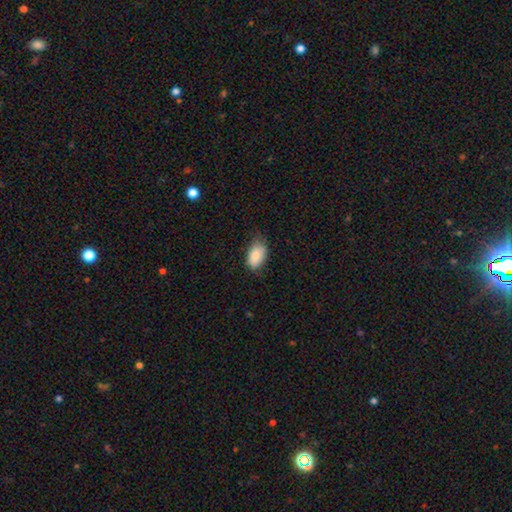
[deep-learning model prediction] A smooth galaxy with no disk features (85%) that is in between round and cigar-shaped (91%).

Vote fractions:
- Smooth or featured? smooth: 85% / featured or disk: 8% / star or artifact: 7%
- How rounded? in between: 91% / round: 7% / cigar-shaped: 2%
- Merging? none: 64% / minor disturbance: 29% / major disturbance: 5% / merger: 1%